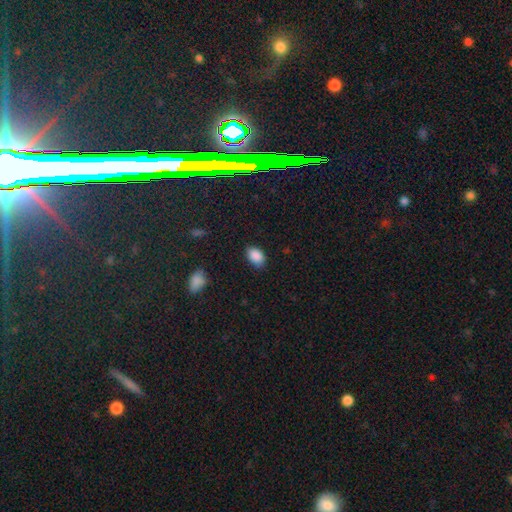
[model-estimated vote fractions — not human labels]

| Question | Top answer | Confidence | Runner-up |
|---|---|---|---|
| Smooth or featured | smooth | 89% | star or artifact (8%) |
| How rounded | in between | 83% | round (16%) |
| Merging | none | 82% | minor disturbance (14%) |